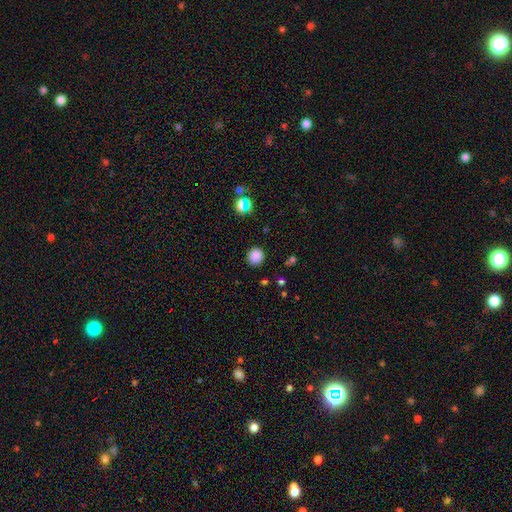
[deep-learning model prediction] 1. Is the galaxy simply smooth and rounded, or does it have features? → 83% smooth, 13% star or artifact, 4% featured or disk.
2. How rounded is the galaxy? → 90% round, 9% in between, 1% cigar-shaped.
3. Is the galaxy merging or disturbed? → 89% none, 7% minor disturbance, 3% major disturbance, 2% merger.